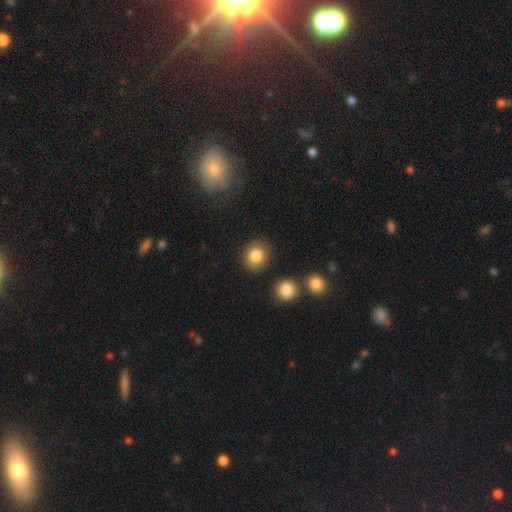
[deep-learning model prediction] Q: Smooth or featured?
A: smooth (84%); runner-up: star or artifact (9%)
Q: How rounded?
A: round (79%); runner-up: in between (20%)
Q: Merging?
A: none (86%); runner-up: minor disturbance (8%)